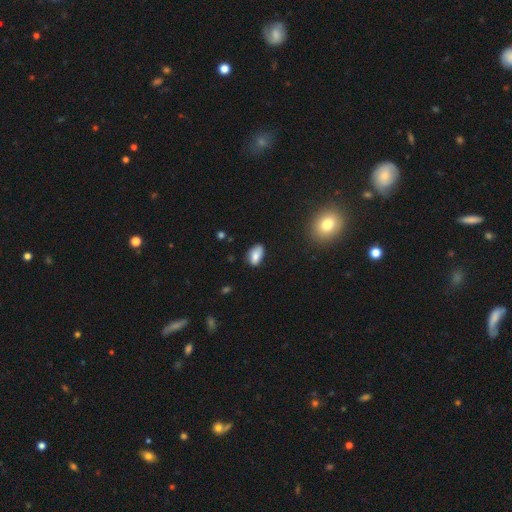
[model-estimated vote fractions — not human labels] This appears to be a smooth galaxy with no disk features (81%) that is in between round and cigar-shaped (92%). Merging: none (70%).